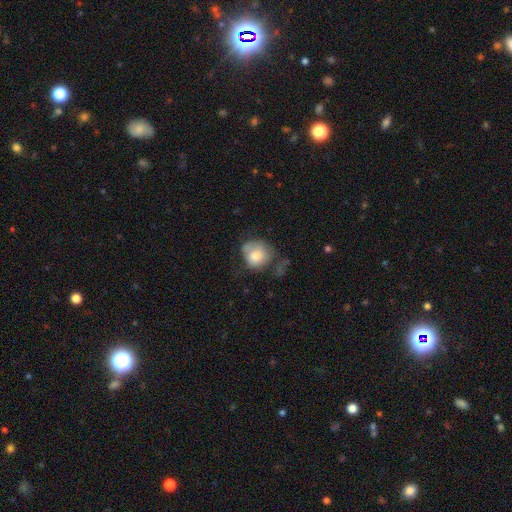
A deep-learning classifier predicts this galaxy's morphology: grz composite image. It shows a smooth galaxy with no disk features (76%) that is round (72%). Merging: none (37%).